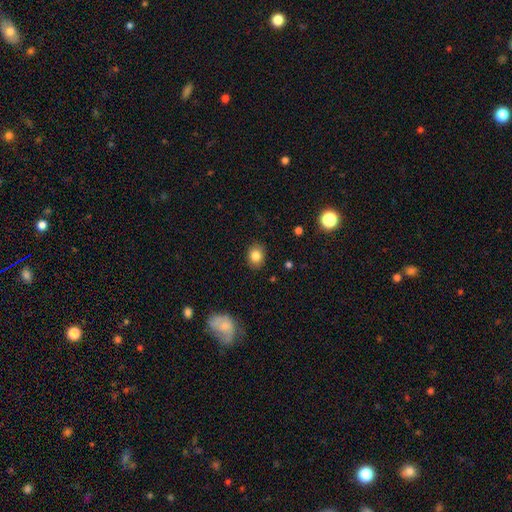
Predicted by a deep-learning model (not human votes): Smooth or featured? Predicted: smooth (p=0.84). How rounded? Predicted: round (p=0.56). Merging? Predicted: none (p=0.86).